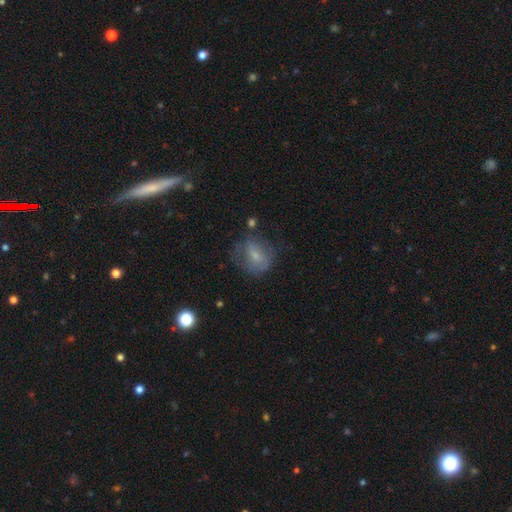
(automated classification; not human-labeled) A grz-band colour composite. It shows a smooth galaxy with no disk features (53%) that is round (54%). Merging: none (51%).